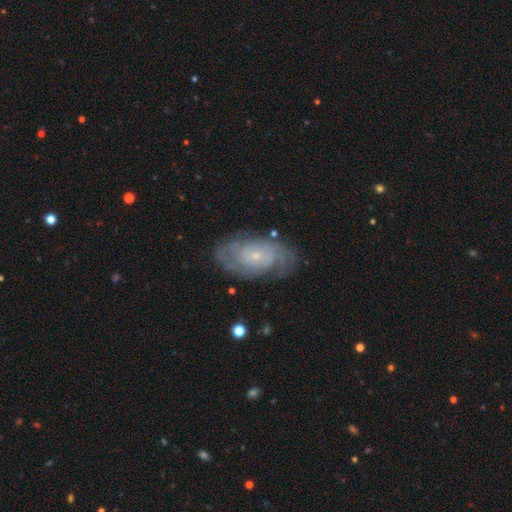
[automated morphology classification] Smooth or featured?
  - featured or disk: 82% *
  - smooth: 12%
  - star or artifact: 6%
Edge-on disk?
  - no: 95% *
  - yes: 5%
Bar?
  - no: 74% *
  - weak: 21%
  - strong: 4%
Spiral arms?
  - yes: 93% *
  - no: 7%
Spiral winding?
  - tight: 66% *
  - medium: 27%
  - loose: 7%
Spiral arm count?
  - 2: 38% *
  - can't tell: 34%
  - 3: 11%
  - 4: 7%
  - more than 4: 5%
  - 1: 5%
Bulge size?
  - small: 81% *
  - moderate: 14%
  - none: 3%
  - large: 1%
  - dominant: 1%
Merging?
  - none: 76% *
  - minor disturbance: 16%
  - major disturbance: 6%
  - merger: 1%